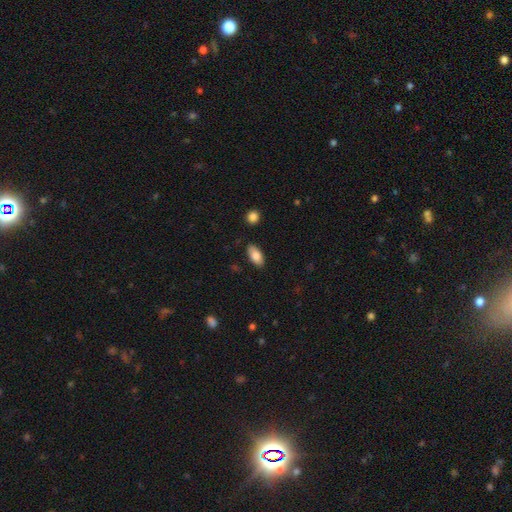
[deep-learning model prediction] smooth_or_featured: smooth (p=0.81) [alt: featured or disk p=0.12]
how_rounded: in between (p=0.92) [alt: cigar-shaped p=0.05]
merging: none (p=0.86) [alt: minor disturbance p=0.10]